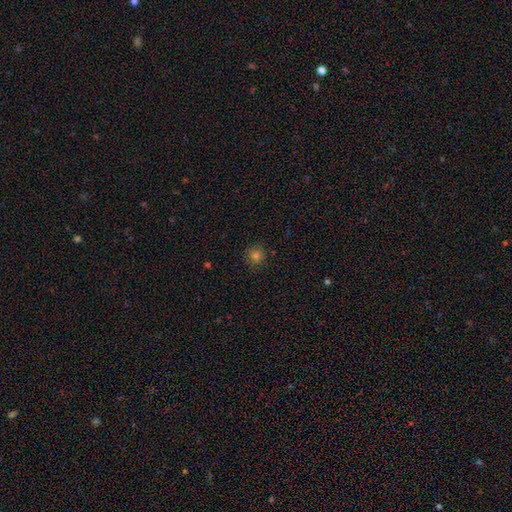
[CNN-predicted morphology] smooth-or-featured: smooth: 75% | star or artifact: 18% | featured or disk: 7%
  how-rounded: round: 94% | in between: 5% | cigar-shaped: 1%
  merging: none: 89% | minor disturbance: 8% | major disturbance: 2% | merger: 1%